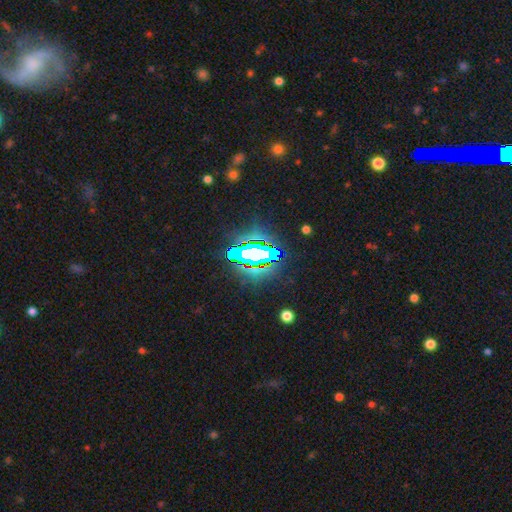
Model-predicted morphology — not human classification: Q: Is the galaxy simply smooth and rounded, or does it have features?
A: star or artifact — 81%.